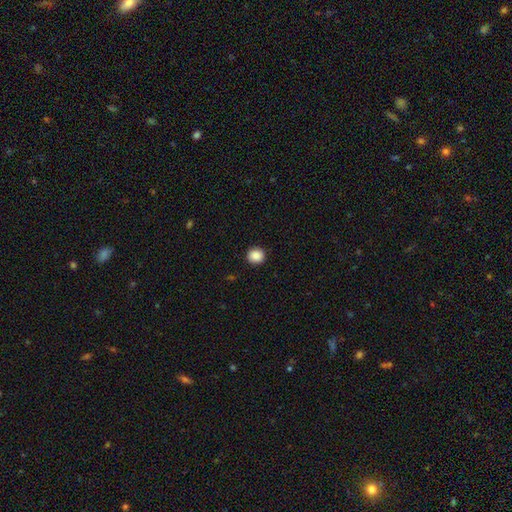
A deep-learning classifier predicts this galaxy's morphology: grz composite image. It shows a smooth galaxy with no disk features (89%) that is round (88%). Merging: none (91%).